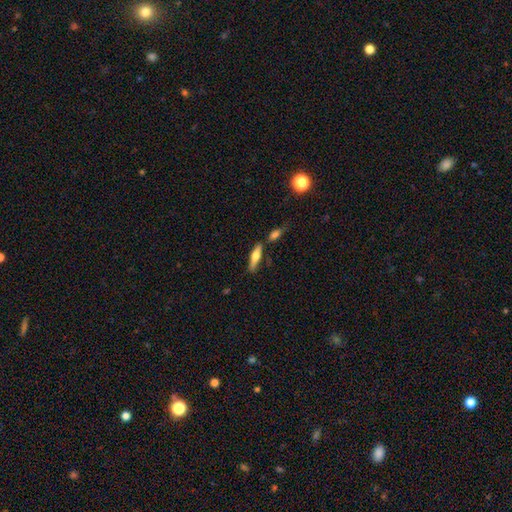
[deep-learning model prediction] Q: Smooth or featured?
A: smooth (51%); runner-up: featured or disk (42%)
Q: How rounded?
A: cigar-shaped (71%); runner-up: in between (27%)
Q: Merging?
A: none (71%); runner-up: merger (14%)